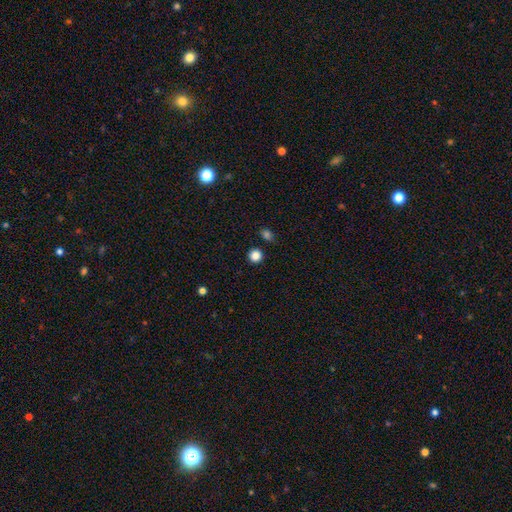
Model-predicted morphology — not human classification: smooth_or_featured: smooth (p=0.85) [alt: star or artifact p=0.12]
how_rounded: round (p=0.94) [alt: in between p=0.05]
merging: none (p=0.89) [alt: minor disturbance p=0.06]